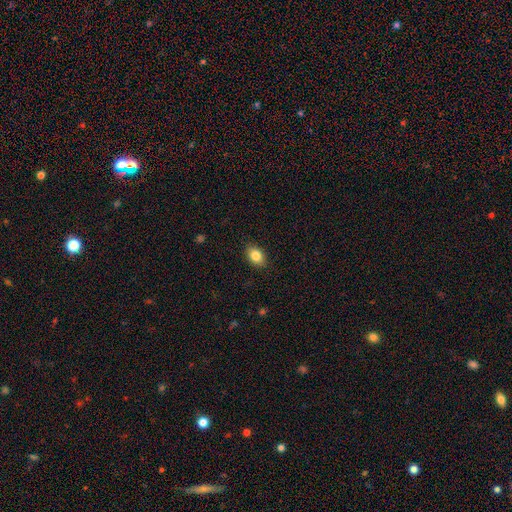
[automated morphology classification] A smooth galaxy with no disk features (85%) that is in between round and cigar-shaped (83%). Merging: none (88%).